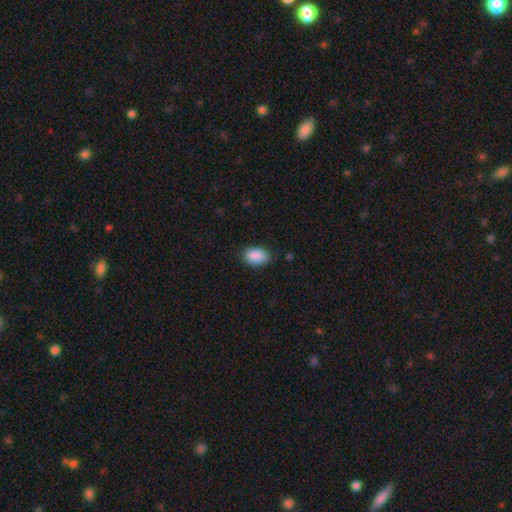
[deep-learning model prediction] Smooth or featured? Predicted: smooth (p=0.90). How rounded? Predicted: in between (p=0.91). Merging? Predicted: none (p=0.83).